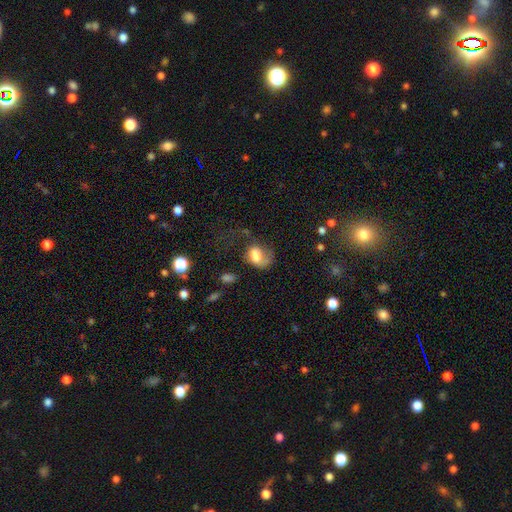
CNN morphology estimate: Smooth or featured?
  - smooth: 58% *
  - featured or disk: 32%
  - star or artifact: 10%
How rounded?
  - in between: 68% *
  - round: 31%
  - cigar-shaped: 1%
Merging?
  - major disturbance: 48% *
  - none: 24%
  - minor disturbance: 20%
  - merger: 7%